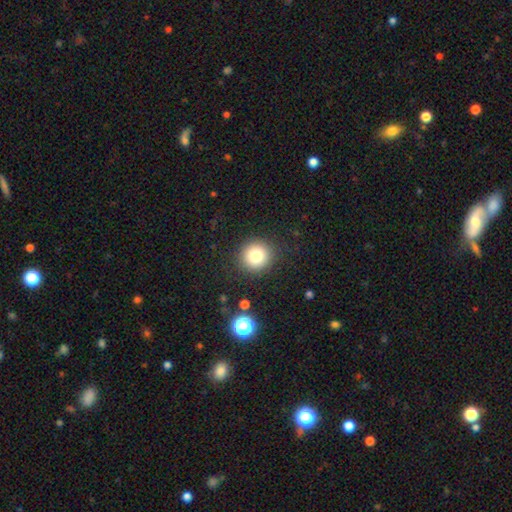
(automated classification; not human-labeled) Overall: smooth (79%). How rounded: round (93%). Merging: none (89%).